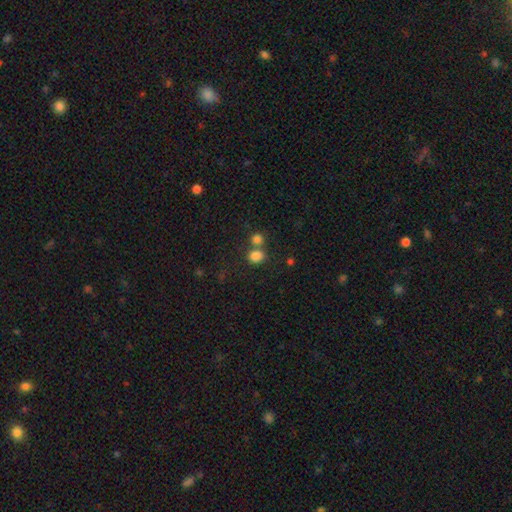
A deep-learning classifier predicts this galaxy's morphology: Smooth or featured: smooth — 81% (star or artifact — 13%)
How rounded: round — 56% (in between — 43%)
Merging: none — 49% (merger — 37%)